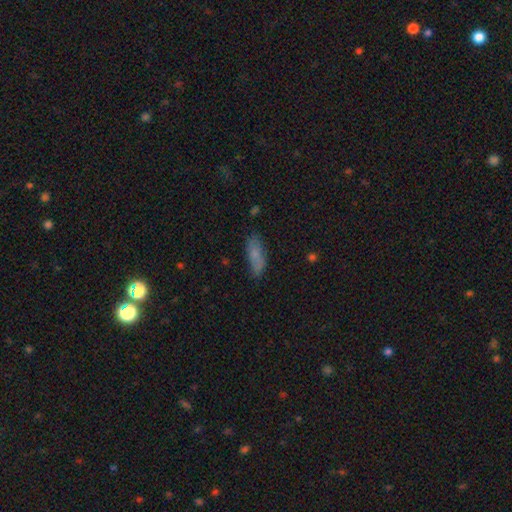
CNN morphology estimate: A smooth galaxy with no disk features (74%) that is in between round and cigar-shaped (62%).

Vote fractions:
- Smooth or featured? smooth: 74% / featured or disk: 17% / star or artifact: 9%
- How rounded? in between: 62% / cigar-shaped: 35% / round: 3%
- Merging? none: 69% / minor disturbance: 21% / major disturbance: 6% / merger: 4%